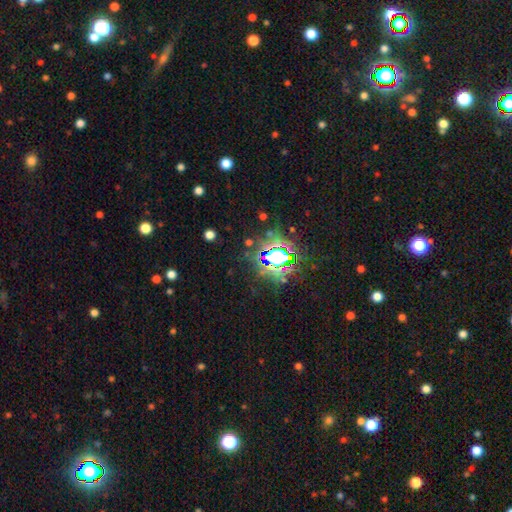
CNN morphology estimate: Smooth or featured? Predicted: star or artifact (p=0.80).